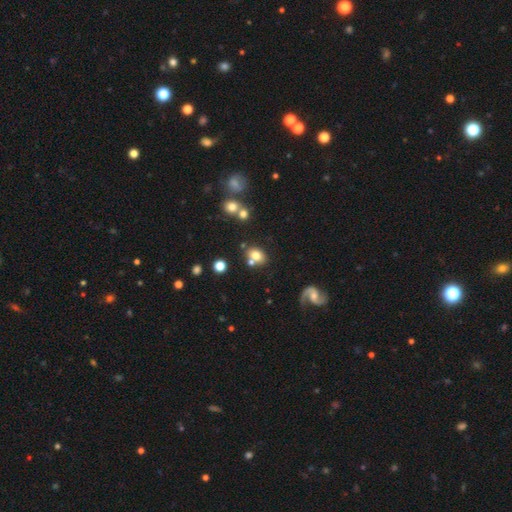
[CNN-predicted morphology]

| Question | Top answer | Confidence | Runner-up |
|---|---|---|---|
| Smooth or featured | smooth | 70% | featured or disk (19%) |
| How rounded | in between | 58% | round (40%) |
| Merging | none | 61% | merger (19%) |